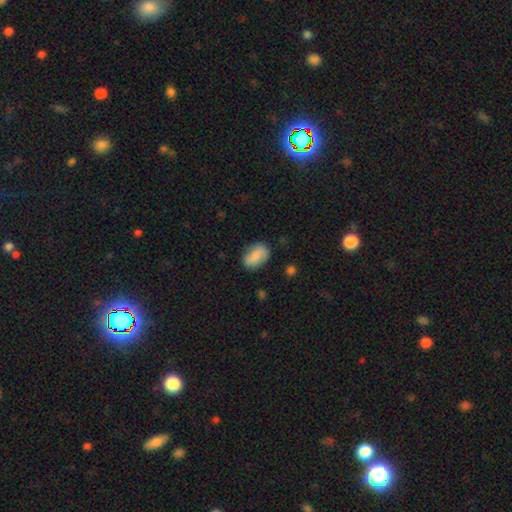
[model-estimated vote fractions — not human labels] Overall: smooth (72%). How rounded: in between (84%). Merging: none (75%).